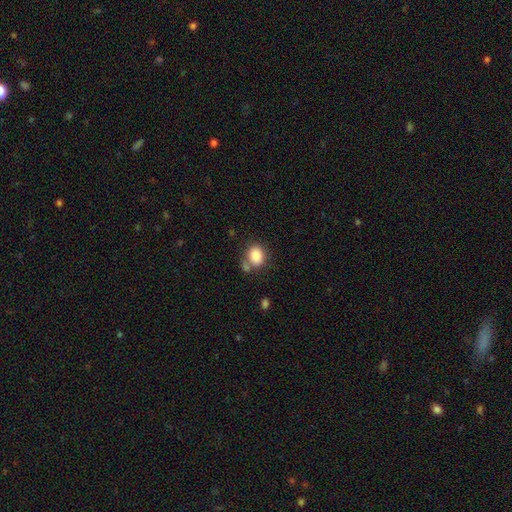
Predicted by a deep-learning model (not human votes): This appears to be a smooth galaxy with no disk features (86%) that is round (51%). Merging: none (60%).